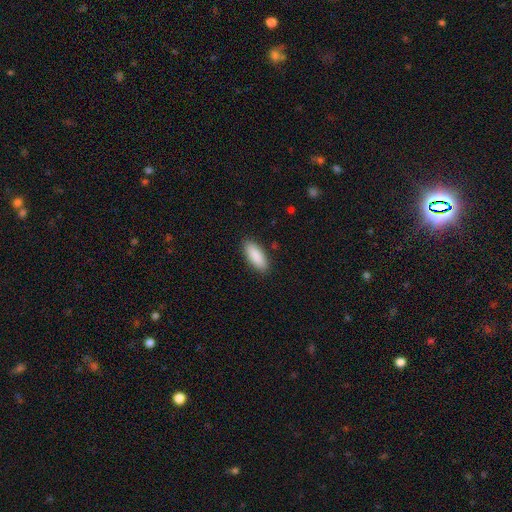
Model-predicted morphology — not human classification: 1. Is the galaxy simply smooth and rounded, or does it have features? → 89% smooth, 6% star or artifact, 5% featured or disk.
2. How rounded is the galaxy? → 74% in between, 25% cigar-shaped, 2% round.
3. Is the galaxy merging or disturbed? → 89% none, 8% minor disturbance, 2% major disturbance, 1% merger.